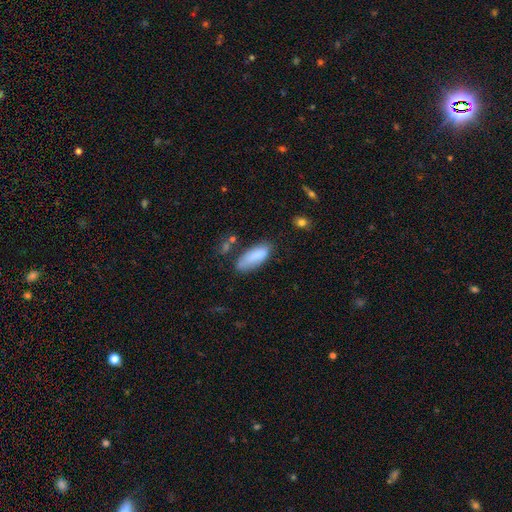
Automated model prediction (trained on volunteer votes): Morphology: type=smooth (84%); roundness=in between (74%); merging=none (61%).